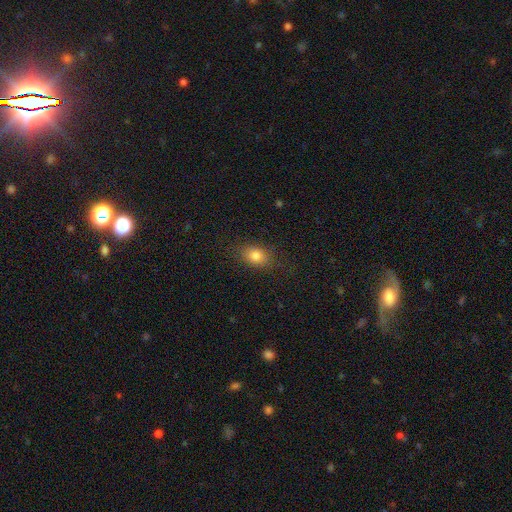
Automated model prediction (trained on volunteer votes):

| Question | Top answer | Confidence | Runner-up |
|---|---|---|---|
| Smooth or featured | smooth | 82% | star or artifact (10%) |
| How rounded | in between | 71% | round (28%) |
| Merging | none | 83% | minor disturbance (12%) |